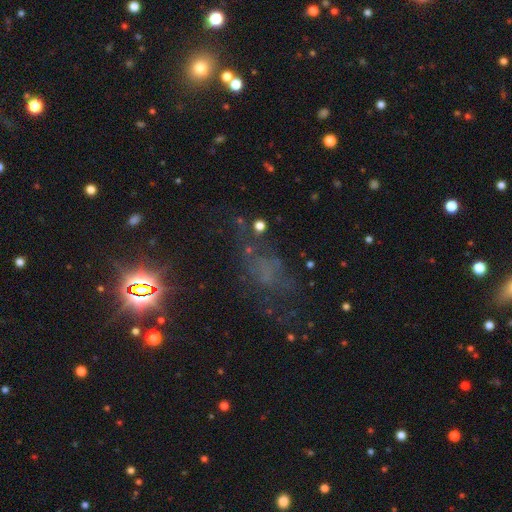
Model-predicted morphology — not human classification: A star or artifact, not a galaxy (43%).